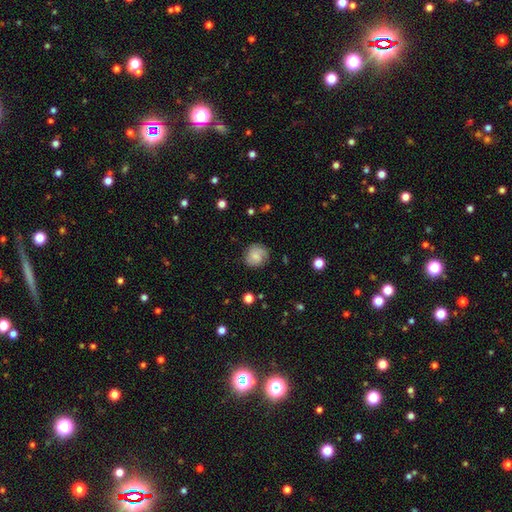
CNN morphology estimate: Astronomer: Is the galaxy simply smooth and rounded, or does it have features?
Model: smooth — 62%.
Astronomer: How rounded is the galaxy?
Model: round — 83%.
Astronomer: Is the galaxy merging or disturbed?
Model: none — 74%.